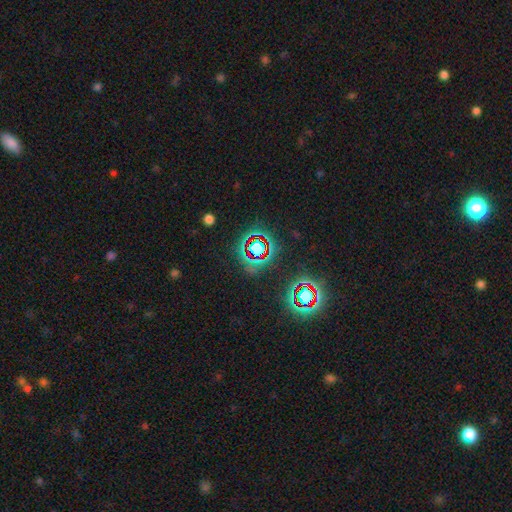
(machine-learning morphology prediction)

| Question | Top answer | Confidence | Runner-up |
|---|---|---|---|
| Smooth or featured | star or artifact | 79% | smooth (11%) |